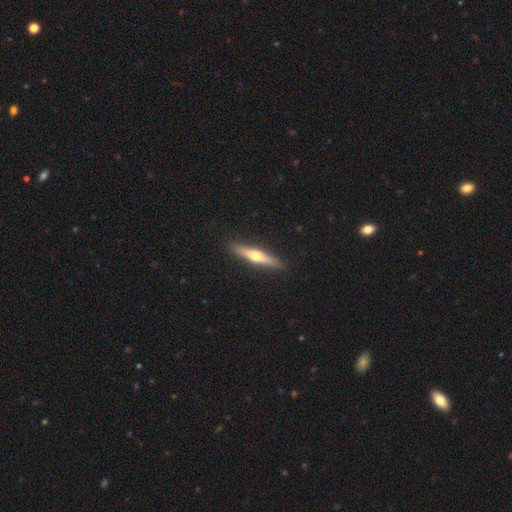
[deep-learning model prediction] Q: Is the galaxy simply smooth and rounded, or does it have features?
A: featured or disk — 60%.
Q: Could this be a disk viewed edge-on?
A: yes — 96%.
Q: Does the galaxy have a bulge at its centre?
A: rounded — 94%.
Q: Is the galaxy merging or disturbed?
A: none — 91%.